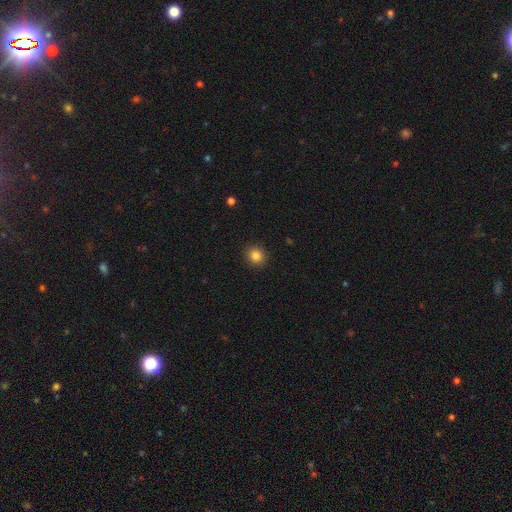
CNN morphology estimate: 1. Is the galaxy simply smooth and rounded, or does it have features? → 84% smooth, 11% star or artifact, 5% featured or disk.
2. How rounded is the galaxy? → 88% round, 11% in between, 1% cigar-shaped.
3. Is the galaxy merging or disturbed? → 92% none, 5% minor disturbance, 2% major disturbance, 1% merger.